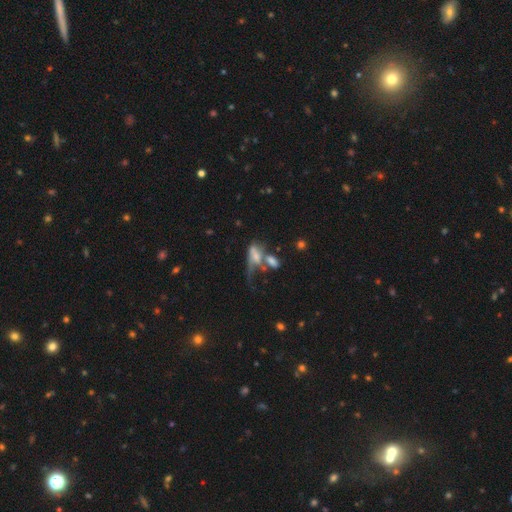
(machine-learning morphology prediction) smooth_or_featured: smooth (p=0.50) [alt: featured or disk p=0.38]
merging: merger (p=0.47) [alt: major disturbance p=0.26]